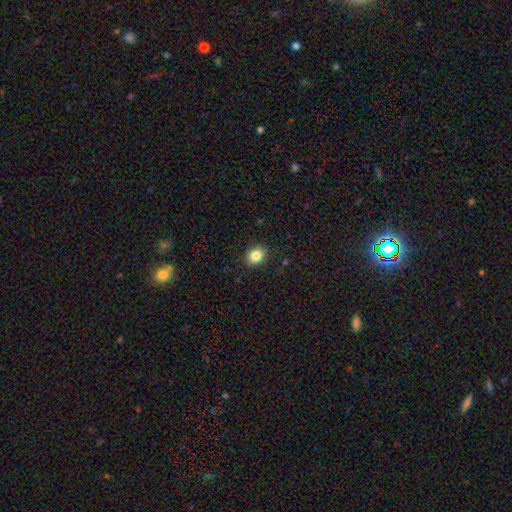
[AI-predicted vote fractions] Smooth or featured?
  - smooth: 84% *
  - star or artifact: 10%
  - featured or disk: 6%
How rounded?
  - round: 53% *
  - in between: 46%
  - cigar-shaped: 1%
Merging?
  - none: 90% *
  - minor disturbance: 7%
  - major disturbance: 2%
  - merger: 1%